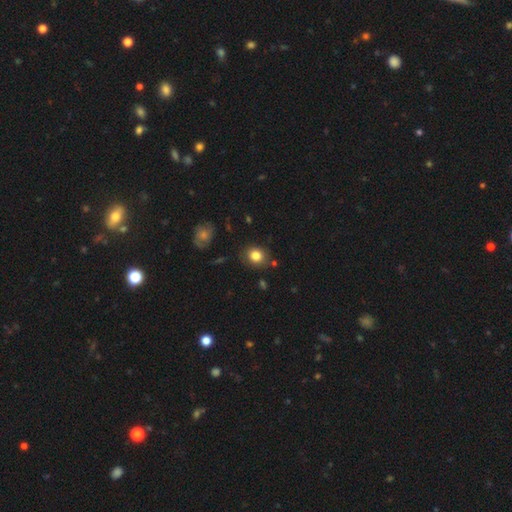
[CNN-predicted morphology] This is clearly a smooth galaxy (82%). How rounded: likely round (73%). Merging: clearly none (83%).